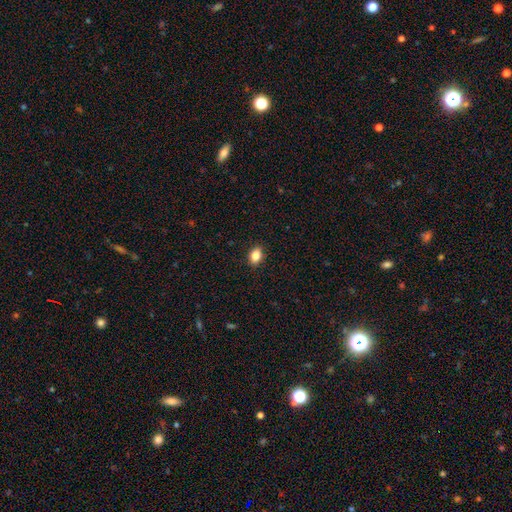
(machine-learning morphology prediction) A smooth galaxy with no disk features (85%) that is in between round and cigar-shaped (79%). Merging: none (90%).